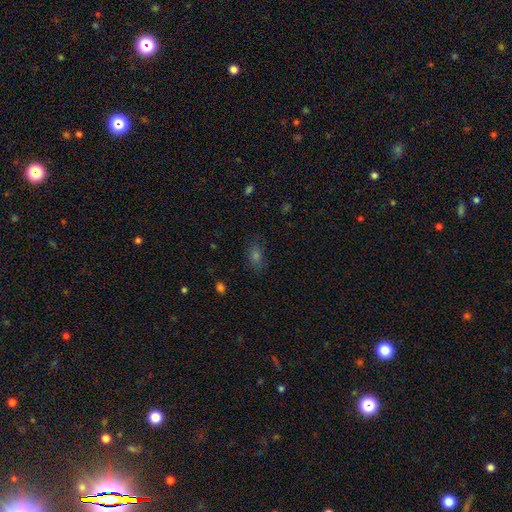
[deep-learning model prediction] smooth 56%, star or artifact 29%, featured or disk 15%. Down the decision tree: how rounded — in between (75%); merging — none (80%).